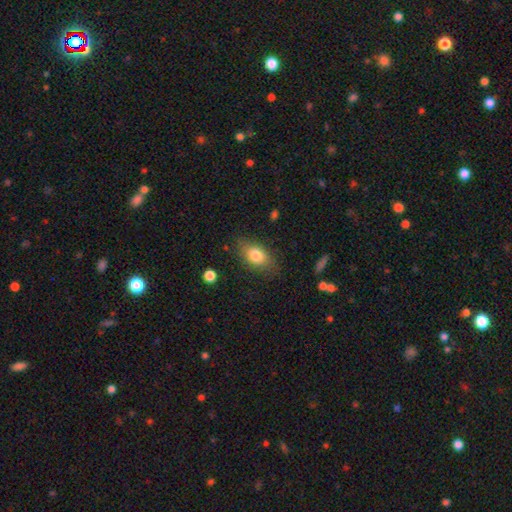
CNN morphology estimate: A smooth galaxy with no disk features (79%) that is in between round and cigar-shaped (83%).

Vote fractions:
- Smooth or featured? smooth: 79% / featured or disk: 13% / star or artifact: 8%
- How rounded? in between: 83% / round: 14% / cigar-shaped: 4%
- Merging? none: 77% / minor disturbance: 17% / major disturbance: 5% / merger: 1%